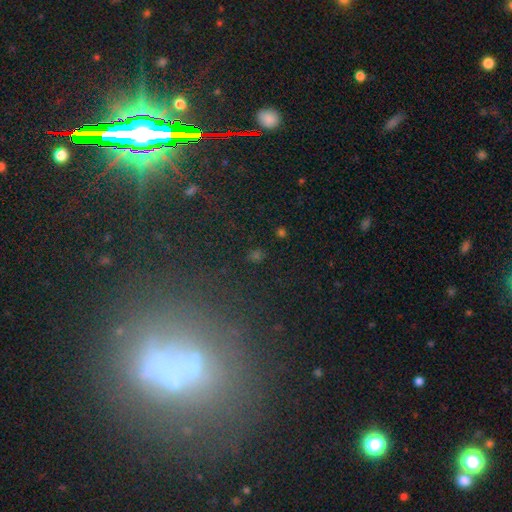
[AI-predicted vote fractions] This is possibly a star or artifact rather than a galaxy (55%).